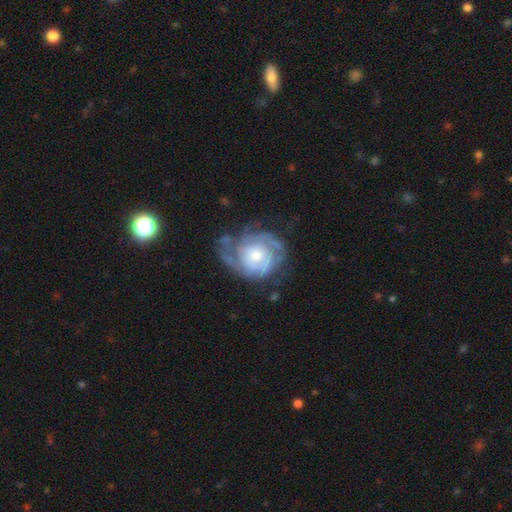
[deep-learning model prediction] A featured or disk galaxy (81%) with no bar (78%), tight (67%) spiral arms (89%) and a moderate central bulge (53%).

Vote fractions:
- Smooth or featured? featured or disk: 81% / smooth: 13% / star or artifact: 6%
- Edge-on disk? no: 98% / yes: 2%
- Bar? no: 78% / weak: 18% / strong: 3%
- Spiral arms? yes: 89% / no: 11%
- Spiral winding? tight: 67% / medium: 25% / loose: 7%
- Spiral arm count? can't tell: 41% / 2: 26% / 3: 16% / 4: 7% / 1: 6% / more than 4: 5%
- Bulge size? moderate: 53% / small: 36% / large: 7% / none: 2% / dominant: 1%
- Merging? none: 59% / minor disturbance: 23% / major disturbance: 16% / merger: 2%